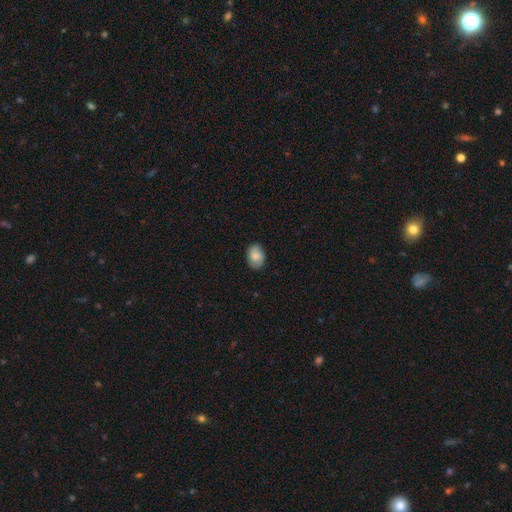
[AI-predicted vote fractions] The model was most divided on "how rounded": in between: 73%, round: 26%, cigar-shaped: 1%. More confident: merging — none (83%); smooth or featured — smooth (72%).